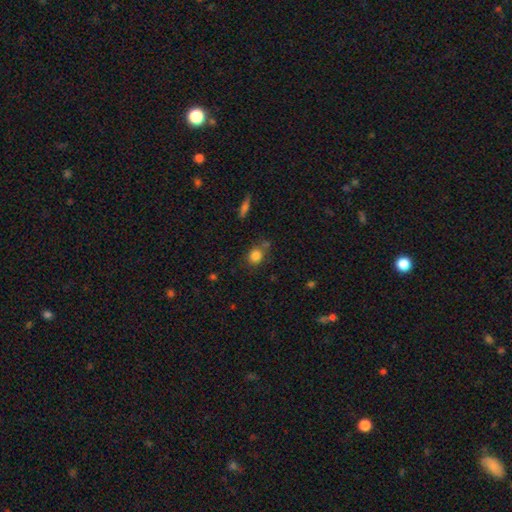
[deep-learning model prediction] Smooth or featured?
  - smooth: 83% *
  - star or artifact: 10%
  - featured or disk: 7%
How rounded?
  - round: 68% *
  - in between: 31%
  - cigar-shaped: 1%
Merging?
  - none: 66% *
  - minor disturbance: 17%
  - merger: 12%
  - major disturbance: 5%